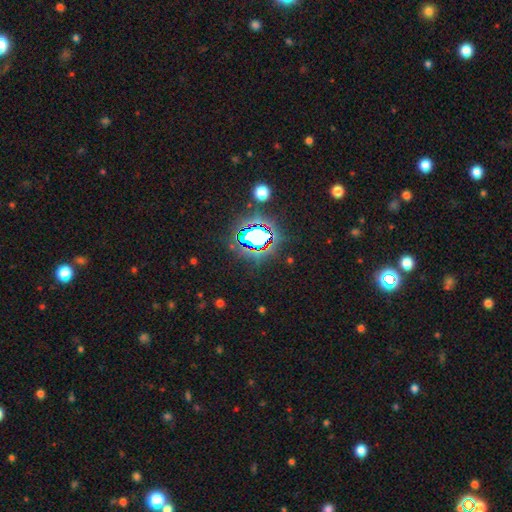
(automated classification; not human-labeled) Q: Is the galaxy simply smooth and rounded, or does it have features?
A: star or artifact — 83%.